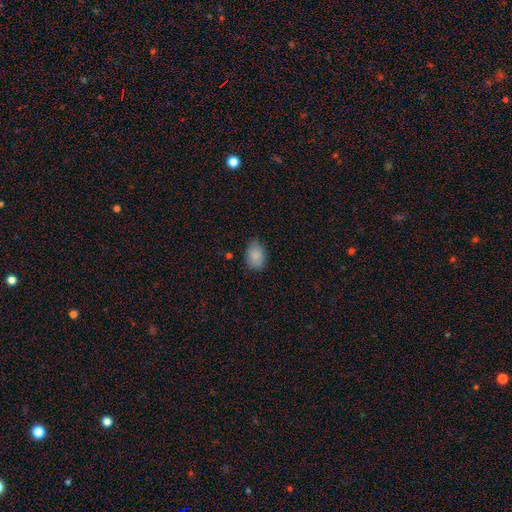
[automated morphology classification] Overall: smooth (86%). How rounded: in between (77%). Merging: none (77%).